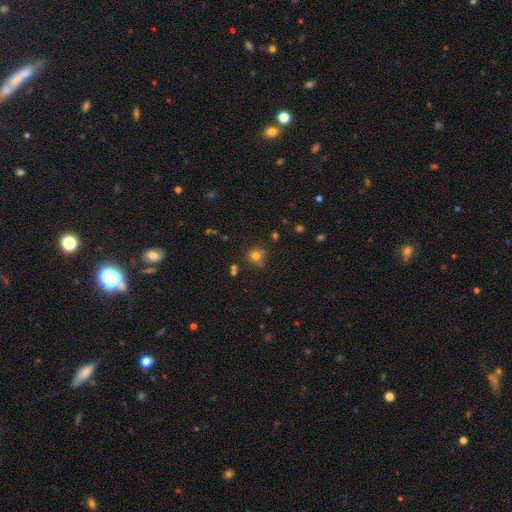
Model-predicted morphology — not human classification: type=smooth (74%); roundness=round (83%); merging=none (63%).